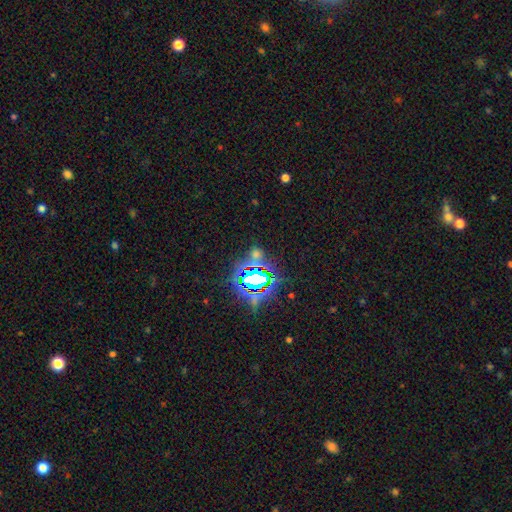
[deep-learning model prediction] Overall: star or artifact (75%).